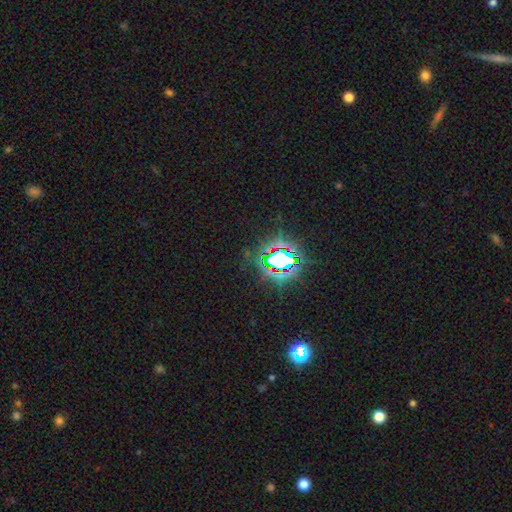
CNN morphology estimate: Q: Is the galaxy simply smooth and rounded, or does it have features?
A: star or artifact — 81%.